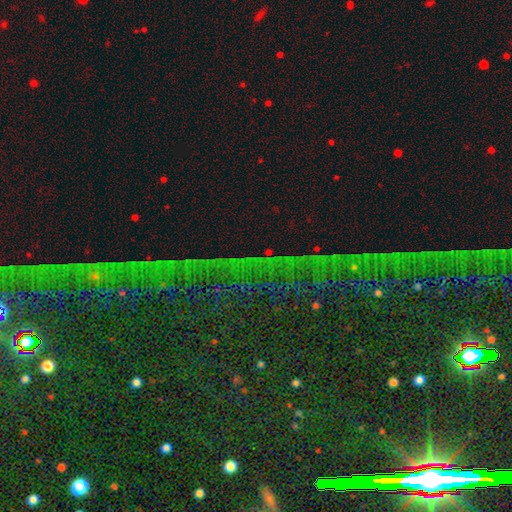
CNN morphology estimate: Overall: star or artifact (83%).